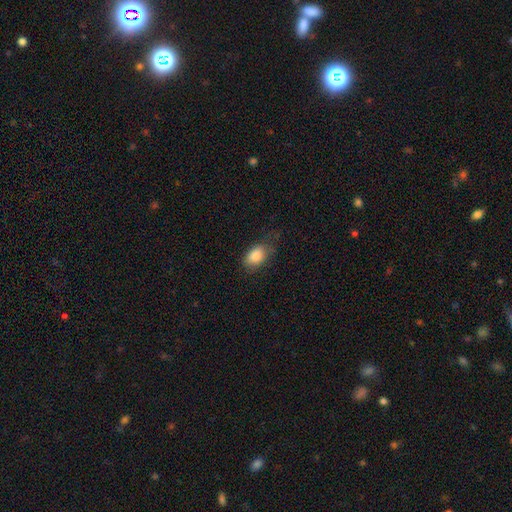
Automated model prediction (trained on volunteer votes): Smooth or featured?
  - smooth: 84% *
  - featured or disk: 8%
  - star or artifact: 8%
How rounded?
  - in between: 87% *
  - round: 11%
  - cigar-shaped: 2%
Merging?
  - none: 66% *
  - minor disturbance: 25%
  - major disturbance: 8%
  - merger: 1%